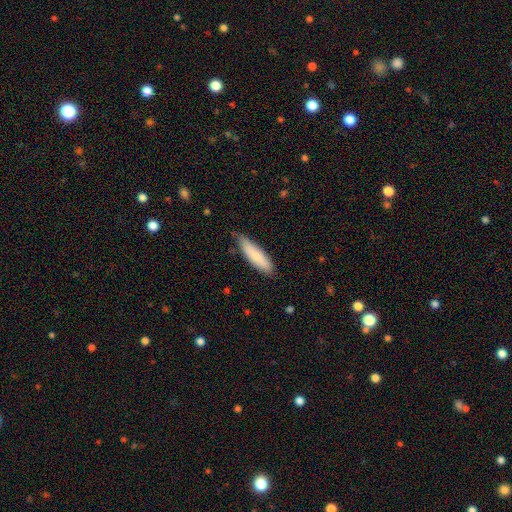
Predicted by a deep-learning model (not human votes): smooth_or_featured: smooth (p=0.84) [alt: featured or disk p=0.11]
how_rounded: cigar-shaped (p=0.65) [alt: in between p=0.34]
merging: none (p=0.74) [alt: minor disturbance p=0.21]